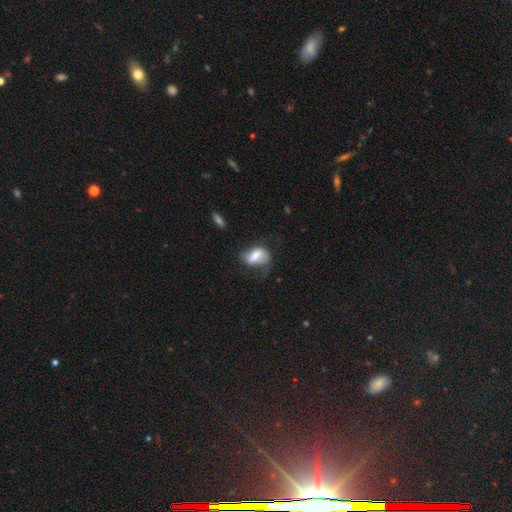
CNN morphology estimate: This is possibly a smooth galaxy (56%). How rounded: clearly in between (83%). Merging: marginally none (39%).